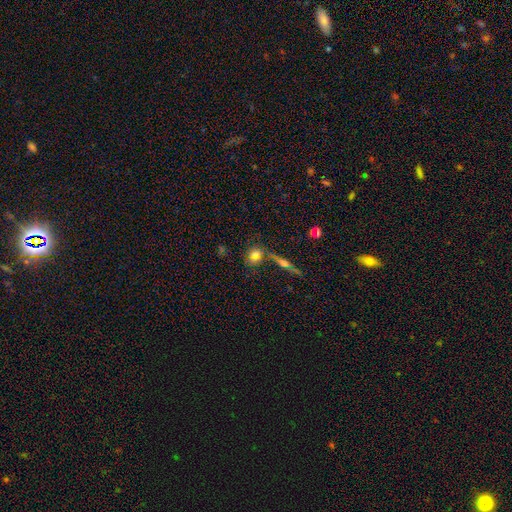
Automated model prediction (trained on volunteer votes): The model was most divided on "how rounded": round: 62%, in between: 32%, cigar-shaped: 6%. More confident: smooth or featured — smooth (62%); merging — none (61%).